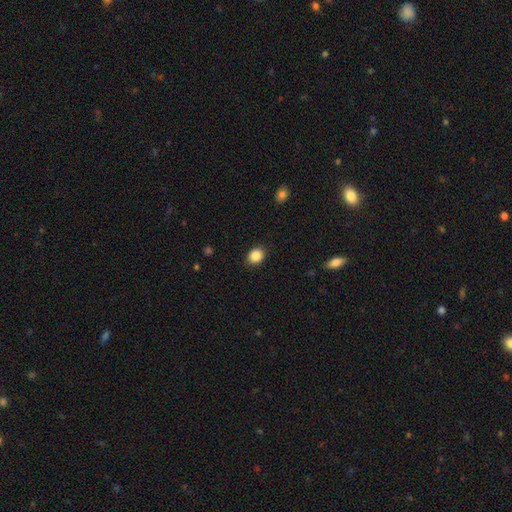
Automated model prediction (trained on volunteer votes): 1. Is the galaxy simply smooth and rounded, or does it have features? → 87% smooth, 9% star or artifact, 4% featured or disk.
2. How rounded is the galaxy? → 52% round, 47% in between, 1% cigar-shaped.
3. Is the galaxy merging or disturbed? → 89% none, 8% minor disturbance, 2% major disturbance, 1% merger.